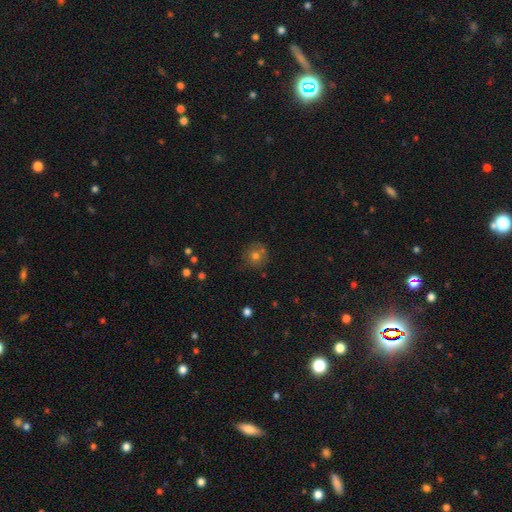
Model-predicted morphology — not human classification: This appears to be a smooth galaxy with no disk features (67%) that is round (90%). Merging: none (70%).